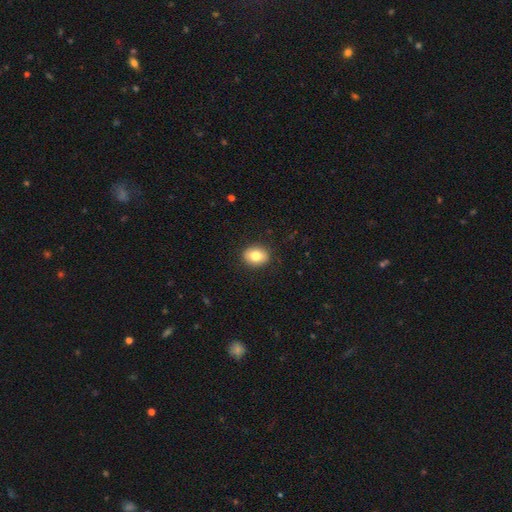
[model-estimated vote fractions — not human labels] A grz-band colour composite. It shows a smooth galaxy with no disk features (81%) that is in between round and cigar-shaped (55%). Merging: none (88%).